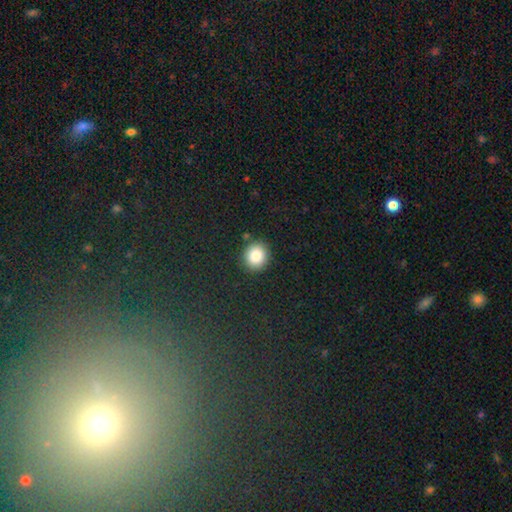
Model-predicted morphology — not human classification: This appears to be a smooth galaxy with no disk features (84%) that is round (85%). Merging: none (88%).